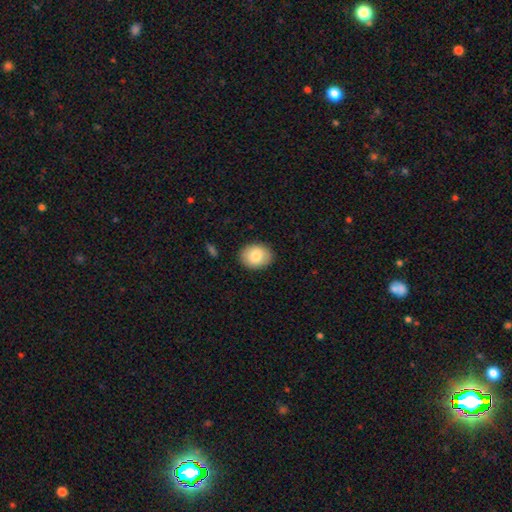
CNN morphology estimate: The model was most divided on "how rounded": in between: 61%, round: 38%, cigar-shaped: 1%. More confident: merging — none (88%); smooth or featured — smooth (82%).